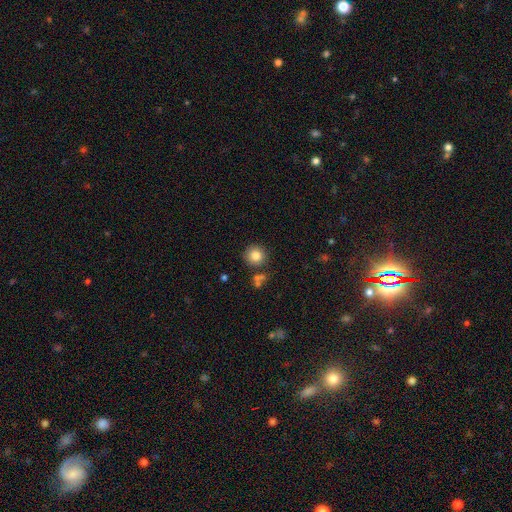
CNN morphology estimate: smooth-or-featured: smooth: 83% | star or artifact: 11% | featured or disk: 7%
  how-rounded: round: 93% | in between: 6% | cigar-shaped: 1%
  merging: none: 82% | minor disturbance: 9% | merger: 6% | major disturbance: 3%